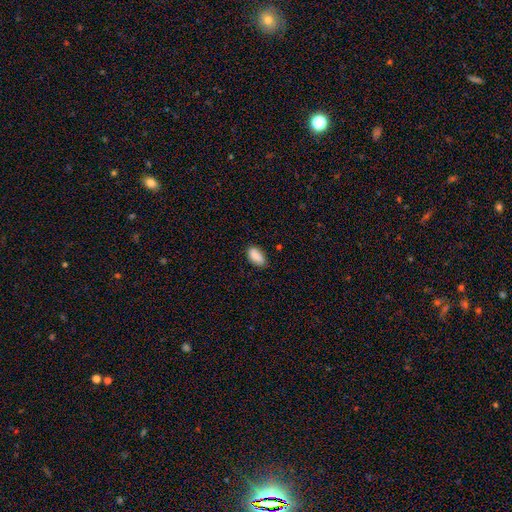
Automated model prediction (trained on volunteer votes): smooth_or_featured: smooth (p=0.89) [alt: star or artifact p=0.07]
how_rounded: in between (p=0.93) [alt: cigar-shaped p=0.04]
merging: none (p=0.78) [alt: minor disturbance p=0.18]